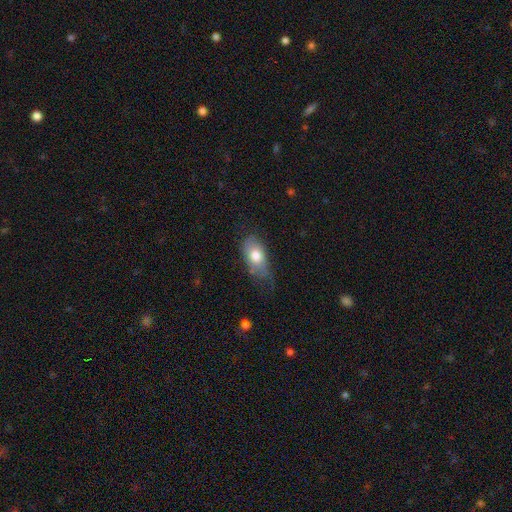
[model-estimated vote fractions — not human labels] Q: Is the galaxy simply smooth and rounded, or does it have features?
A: smooth — 74%.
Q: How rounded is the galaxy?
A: in between — 89%.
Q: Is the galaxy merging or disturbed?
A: none — 49%.